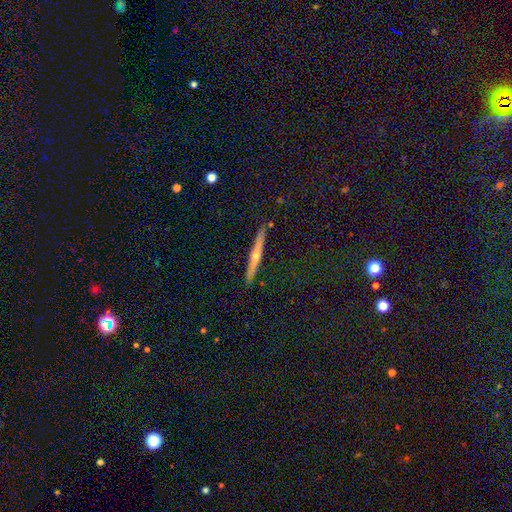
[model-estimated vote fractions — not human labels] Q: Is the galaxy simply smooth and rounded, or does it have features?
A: featured or disk — 66%.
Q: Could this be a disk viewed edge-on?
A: yes — 97%.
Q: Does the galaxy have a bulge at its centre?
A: rounded — 82%.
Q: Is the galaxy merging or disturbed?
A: none — 91%.